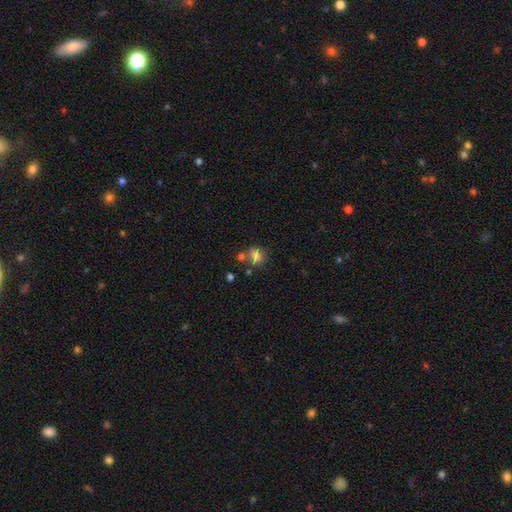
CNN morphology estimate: Smooth or featured? Predicted: smooth (p=0.76). How rounded? Predicted: round (p=0.63). Merging? Predicted: none (p=0.50).